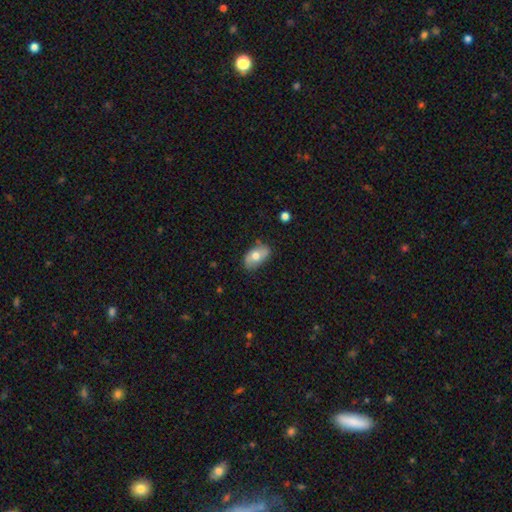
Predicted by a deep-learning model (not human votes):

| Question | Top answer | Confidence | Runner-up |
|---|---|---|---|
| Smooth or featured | smooth | 67% | featured or disk (27%) |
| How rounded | in between | 92% | round (6%) |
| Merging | none | 75% | minor disturbance (19%) |